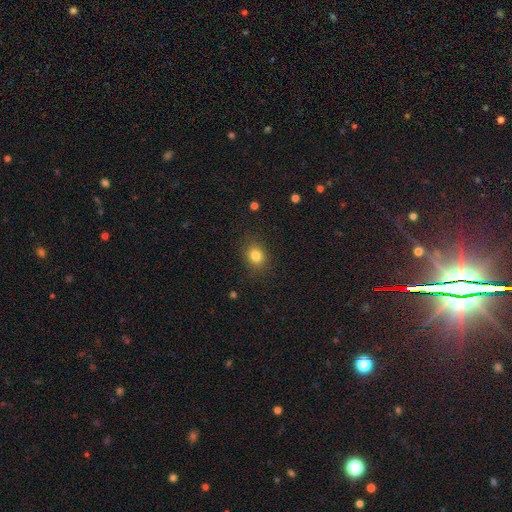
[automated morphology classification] This appears to be a smooth galaxy with no disk features (82%) that is round (54%). Merging: none (86%).